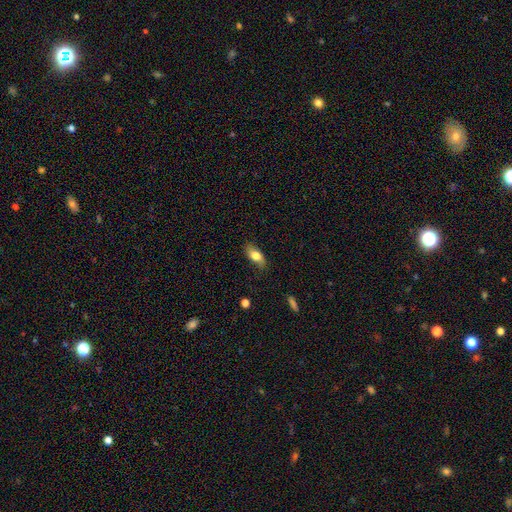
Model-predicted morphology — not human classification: Smooth or featured? Predicted: smooth (p=0.74). How rounded? Predicted: in between (p=0.84). Merging? Predicted: none (p=0.79).